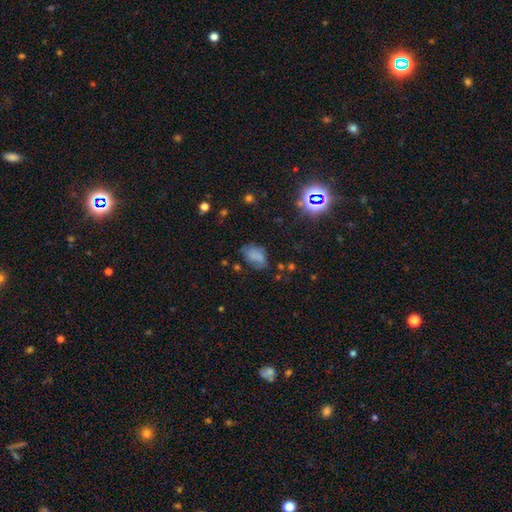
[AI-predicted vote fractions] smooth-or-featured: smooth: 63% | featured or disk: 19% | star or artifact: 17%
  how-rounded: in between: 82% | round: 17% | cigar-shaped: 2%
  merging: none: 47% | minor disturbance: 31% | major disturbance: 16% | merger: 5%